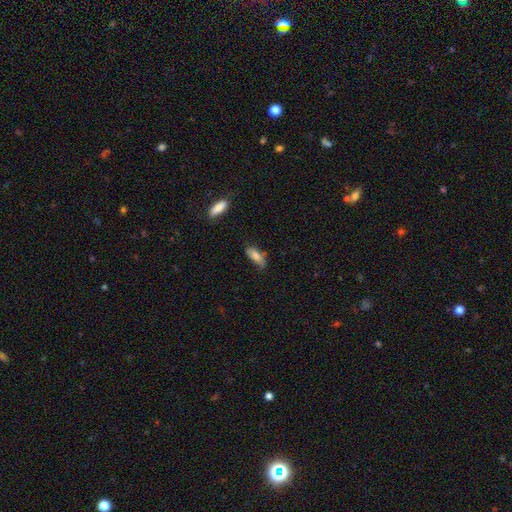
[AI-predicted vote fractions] Overall: smooth (78%). How rounded: in between (66%; cigar-shaped 32%). Merging: none (61%; minor disturbance 29%).